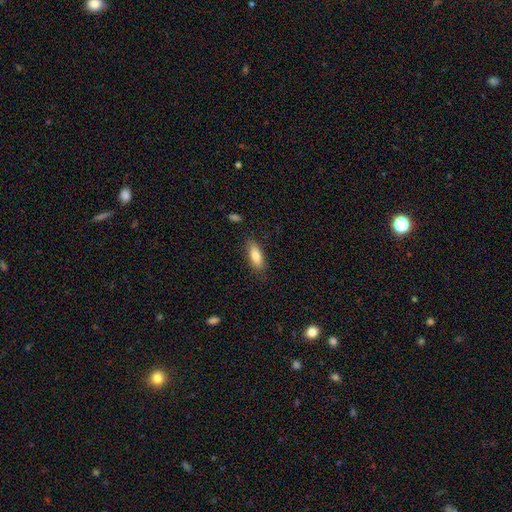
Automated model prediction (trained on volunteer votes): A smooth galaxy with no disk features (80%) that is in between round and cigar-shaped (70%).

Vote fractions:
- Smooth or featured? smooth: 80% / featured or disk: 14% / star or artifact: 7%
- How rounded? in between: 70% / cigar-shaped: 28% / round: 2%
- Merging? none: 83% / minor disturbance: 13% / major disturbance: 3% / merger: 1%